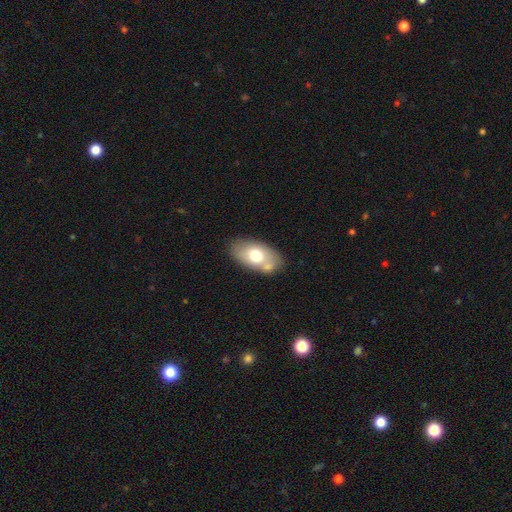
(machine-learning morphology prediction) Q: Smooth or featured?
A: smooth (66%); runner-up: featured or disk (27%)
Q: How rounded?
A: in between (92%); runner-up: round (7%)
Q: Merging?
A: none (63%); runner-up: minor disturbance (17%)